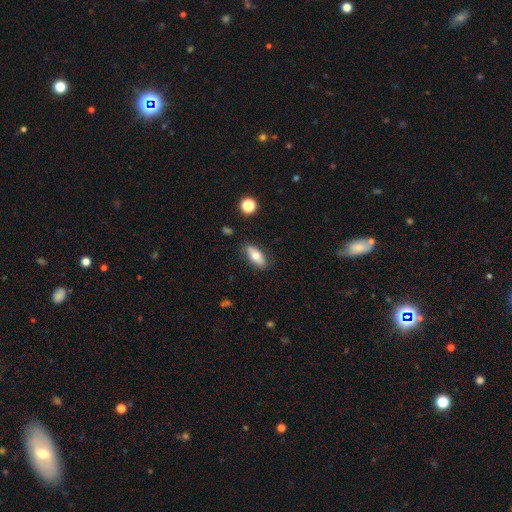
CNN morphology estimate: A smooth galaxy with no disk features (70%) that is in between round and cigar-shaped (78%). Merging: none (82%).